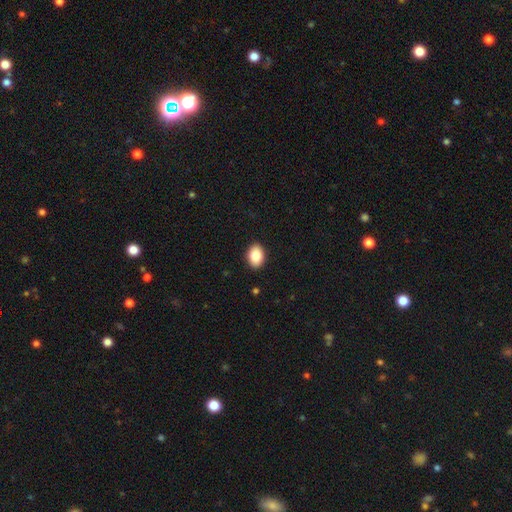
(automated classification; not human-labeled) smooth 86%, star or artifact 7%, featured or disk 7%. Down the decision tree: how rounded — in between (80%); merging — none (91%).